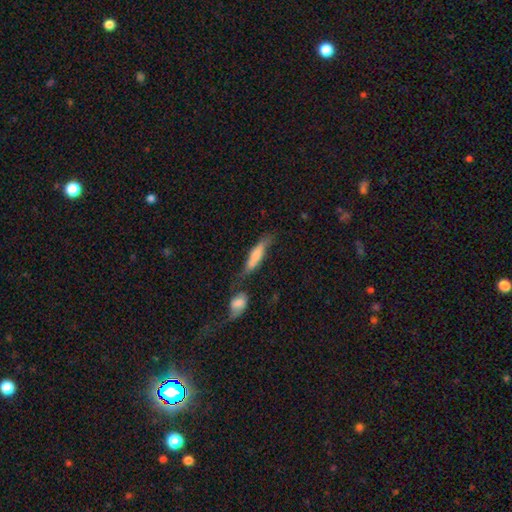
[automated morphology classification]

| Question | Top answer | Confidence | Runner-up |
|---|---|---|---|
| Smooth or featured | smooth | 58% | featured or disk (34%) |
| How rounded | cigar-shaped | 72% | in between (25%) |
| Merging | none | 37% | merger (31%) |